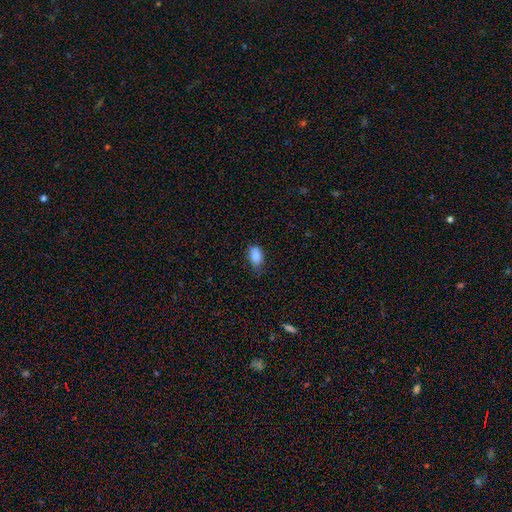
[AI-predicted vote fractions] This is clearly a smooth galaxy (88%). How rounded: clearly in between (91%). Merging: likely none (60%).